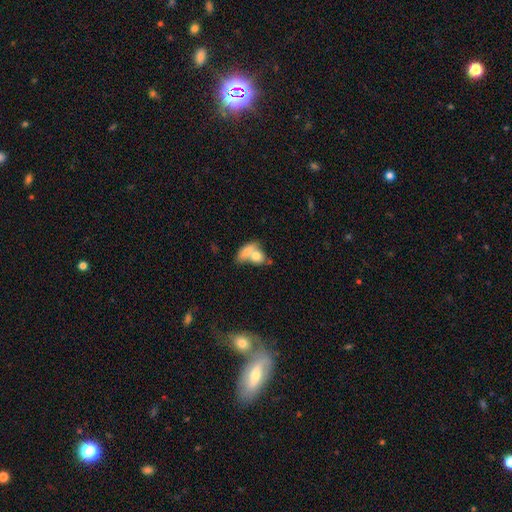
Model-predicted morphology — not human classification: This appears to be a smooth galaxy with no disk features (74%) that is in between round and cigar-shaped (61%). Merging: merger (65%).